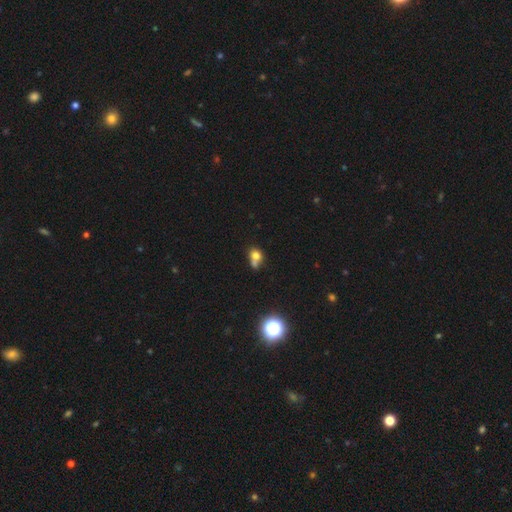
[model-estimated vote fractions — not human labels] A smooth galaxy with no disk features (71%) that is round (68%). Merging: merger (42%).